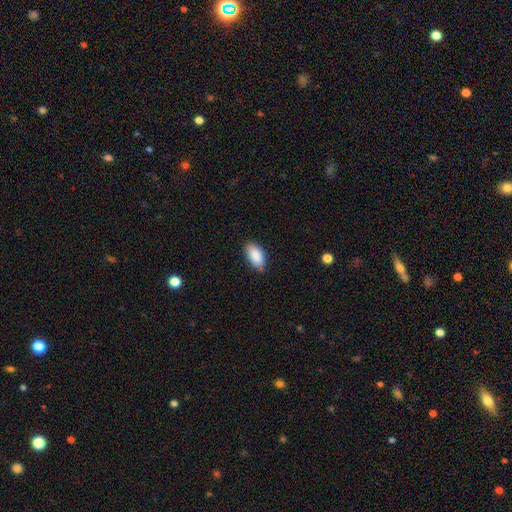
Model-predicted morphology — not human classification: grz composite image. It shows a smooth galaxy with no disk features (89%) that is in between round and cigar-shaped (94%). Merging: none (80%).